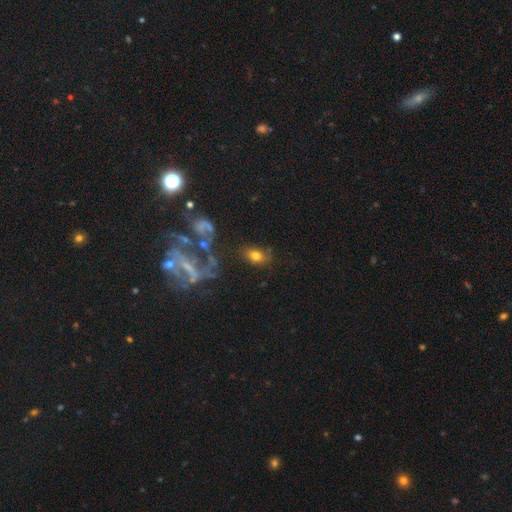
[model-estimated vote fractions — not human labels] This appears to be a smooth galaxy with no disk features (68%) that is in between round and cigar-shaped (77%). Merging: none (70%).